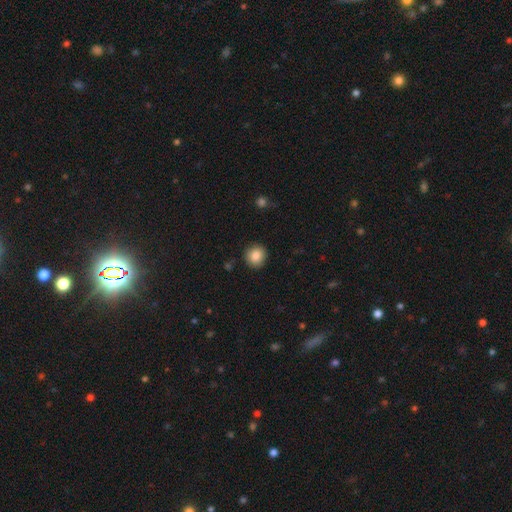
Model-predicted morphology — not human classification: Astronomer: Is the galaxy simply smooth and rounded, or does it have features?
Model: smooth — 85%.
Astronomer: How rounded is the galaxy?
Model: round — 92%.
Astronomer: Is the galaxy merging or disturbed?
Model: none — 91%.